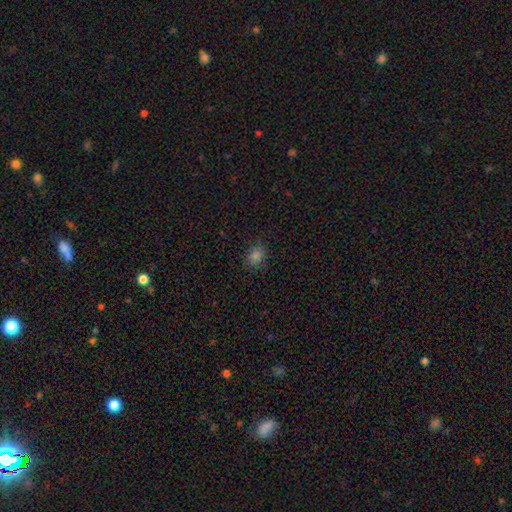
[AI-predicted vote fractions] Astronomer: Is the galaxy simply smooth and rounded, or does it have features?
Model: smooth — 79%.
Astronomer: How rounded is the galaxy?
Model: round — 54% (runner-up: in between, 45%).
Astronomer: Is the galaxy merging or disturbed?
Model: none — 82%.